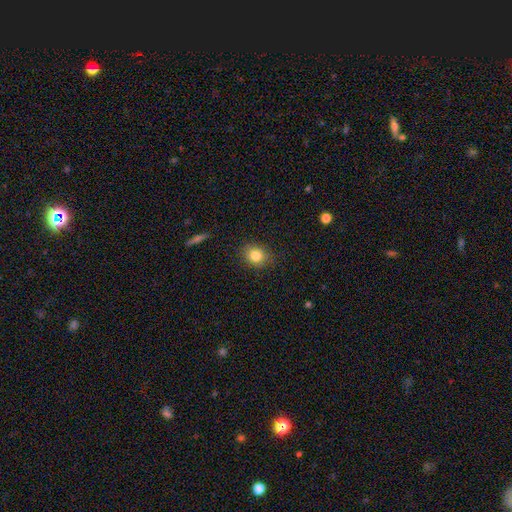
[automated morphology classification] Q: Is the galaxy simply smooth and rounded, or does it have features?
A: smooth — 82%.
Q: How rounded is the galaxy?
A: round — 64%.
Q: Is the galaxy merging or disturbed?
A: none — 86%.